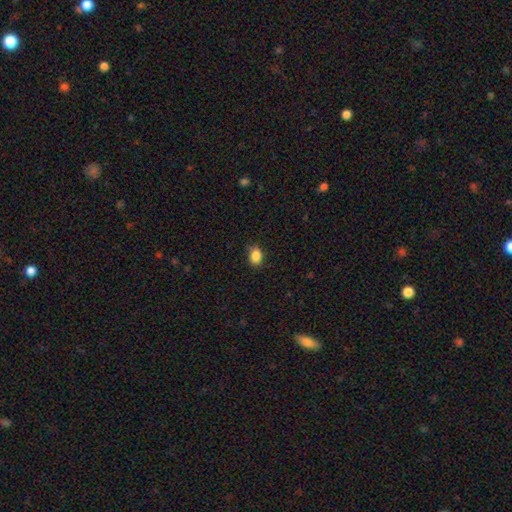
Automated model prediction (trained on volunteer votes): A smooth galaxy with no disk features (87%) that is in between round and cigar-shaped (66%).

Vote fractions:
- Smooth or featured? smooth: 87% / star or artifact: 9% / featured or disk: 4%
- How rounded? in between: 66% / round: 32% / cigar-shaped: 1%
- Merging? none: 75% / minor disturbance: 20% / major disturbance: 4% / merger: 1%